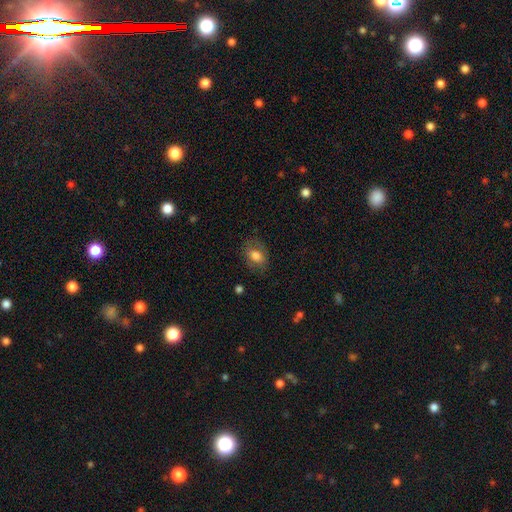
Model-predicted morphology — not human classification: Smooth or featured? smooth (71%)
How rounded? in between (77%)
Merging? none (73%)